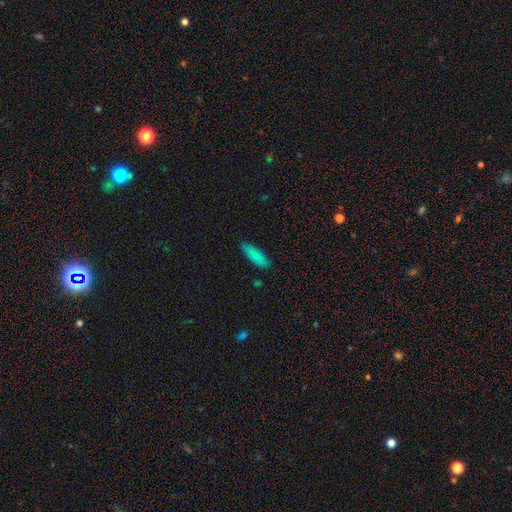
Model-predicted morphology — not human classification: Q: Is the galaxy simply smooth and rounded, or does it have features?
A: smooth — 83%.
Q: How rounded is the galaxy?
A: in between — 52%.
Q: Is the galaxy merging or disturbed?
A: none — 84%.